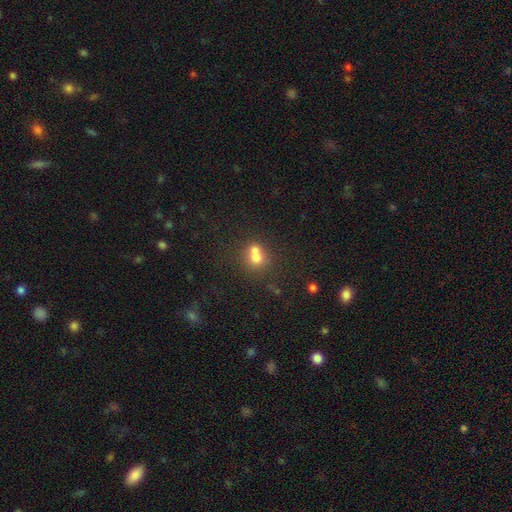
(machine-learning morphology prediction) This is likely a smooth galaxy (65%). How rounded: likely round (75%). Merging: possibly merger (58%).